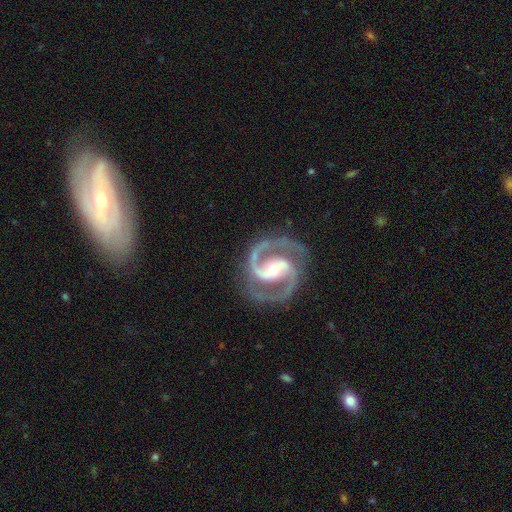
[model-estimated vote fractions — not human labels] smooth_or_featured: featured or disk (p=0.94) [alt: star or artifact p=0.04]
disk_edge_on: no (p=0.98) [alt: yes p=0.02]
bar: strong (p=0.41) [alt: weak p=0.35]
has_spiral_arms: yes (p=0.99) [alt: no p=0.01]
spiral_winding: medium (p=0.66) [alt: tight p=0.26]
spiral_arm_count: 2 (p=0.94) [alt: 3 p=0.02]
bulge_size: moderate (p=0.56) [alt: small p=0.40]
merging: none (p=0.83) [alt: minor disturbance p=0.12]